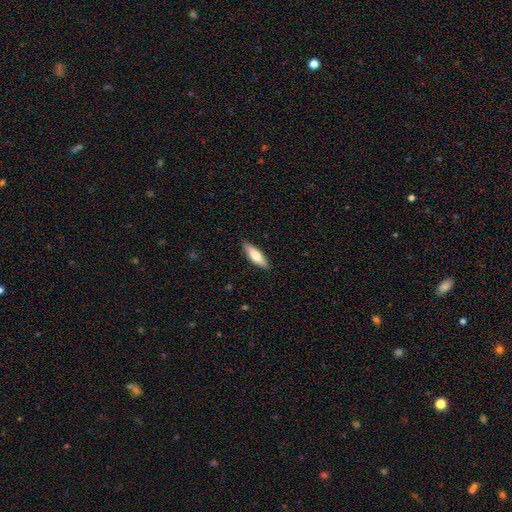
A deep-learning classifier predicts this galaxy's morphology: Smooth or featured? smooth (75%)
How rounded? cigar-shaped (52%)
Merging? none (87%)